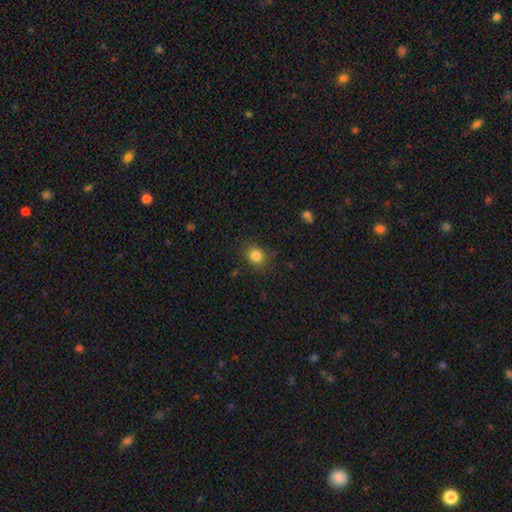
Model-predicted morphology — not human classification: Overall: smooth (83%). How rounded: round (75%). Merging: none (83%).